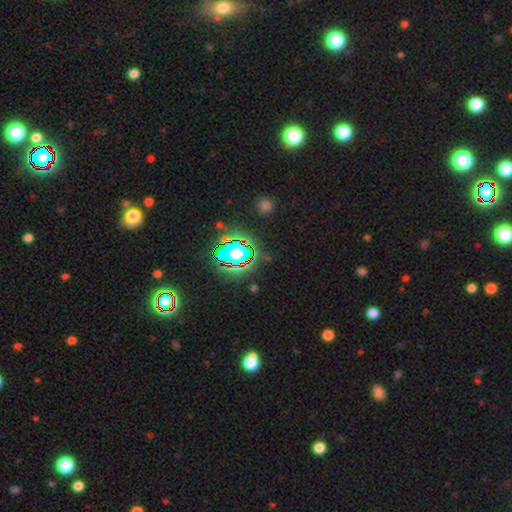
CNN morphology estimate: The model was most divided on "smooth or featured": star or artifact: 81%, smooth: 11%, featured or disk: 7%.